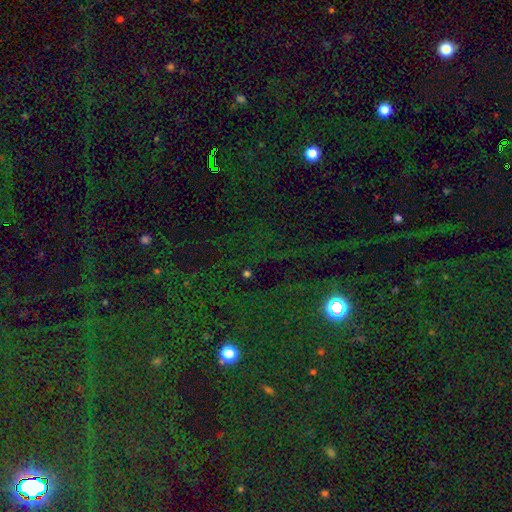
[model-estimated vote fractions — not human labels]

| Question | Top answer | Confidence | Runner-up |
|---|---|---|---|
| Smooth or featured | star or artifact | 77% | smooth (15%) |